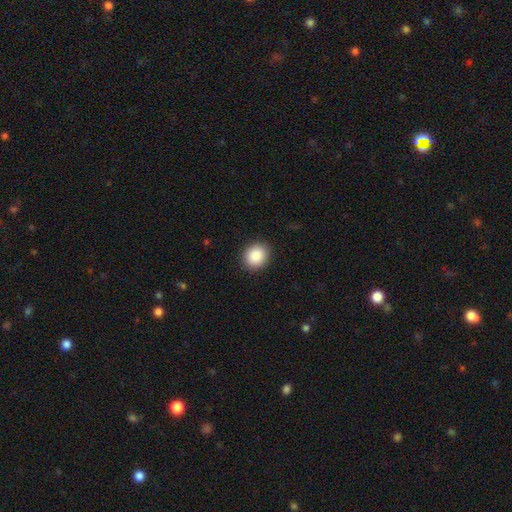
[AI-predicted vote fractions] A smooth galaxy with no disk features (88%) that is round (72%). Merging: none (90%).